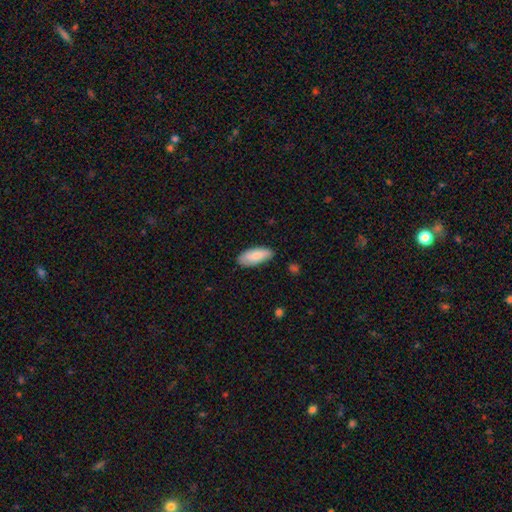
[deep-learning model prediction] Morphology: type=smooth (83%); roundness=in between (85%); merging=none (80%).